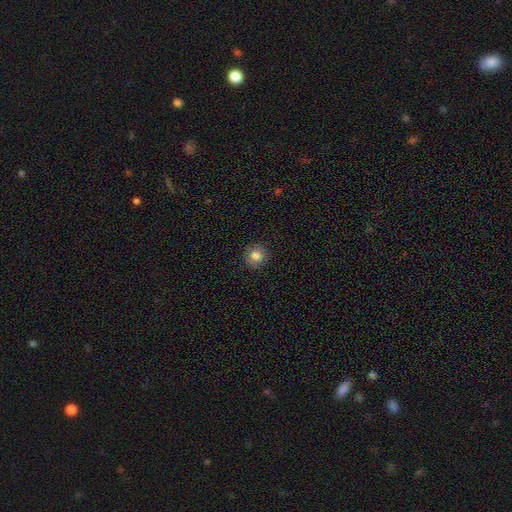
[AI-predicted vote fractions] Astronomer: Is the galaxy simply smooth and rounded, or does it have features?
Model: smooth — 83%.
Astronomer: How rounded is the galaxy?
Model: round — 93%.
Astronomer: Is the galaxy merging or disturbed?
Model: none — 91%.